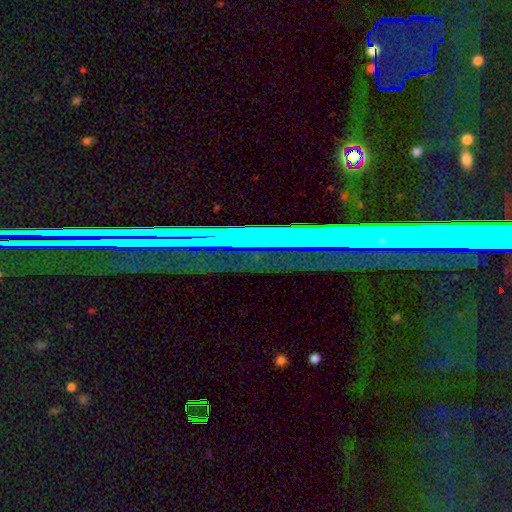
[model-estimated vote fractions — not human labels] smooth-or-featured: star or artifact: 63% | featured or disk: 26% | smooth: 10%